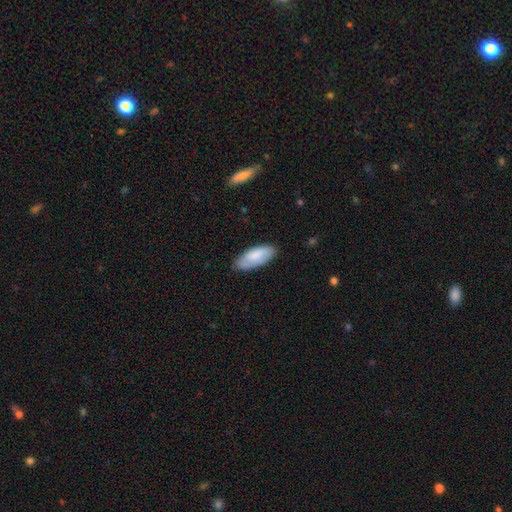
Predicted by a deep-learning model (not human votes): This is clearly a smooth galaxy (80%). How rounded: clearly in between (84%). Merging: likely none (78%).